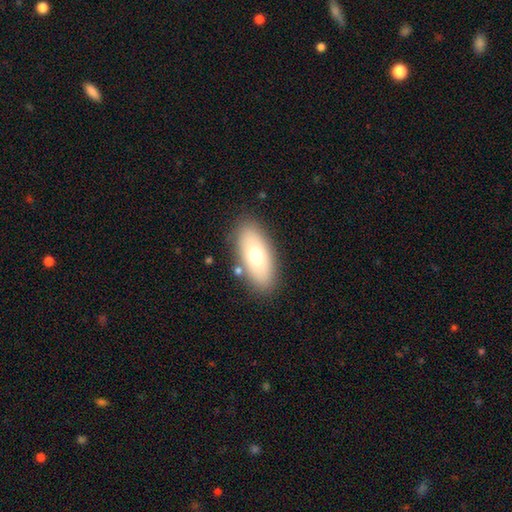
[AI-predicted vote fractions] This appears to be a smooth galaxy with no disk features (67%) that is in between round and cigar-shaped (86%). Merging: none (84%).